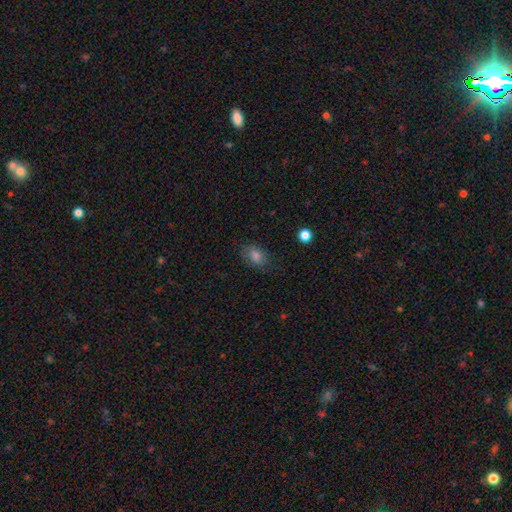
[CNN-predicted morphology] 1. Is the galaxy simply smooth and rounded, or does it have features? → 79% smooth, 13% star or artifact, 9% featured or disk.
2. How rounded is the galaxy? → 80% in between, 18% round, 2% cigar-shaped.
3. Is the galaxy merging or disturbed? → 79% none, 16% minor disturbance, 4% major disturbance, 1% merger.